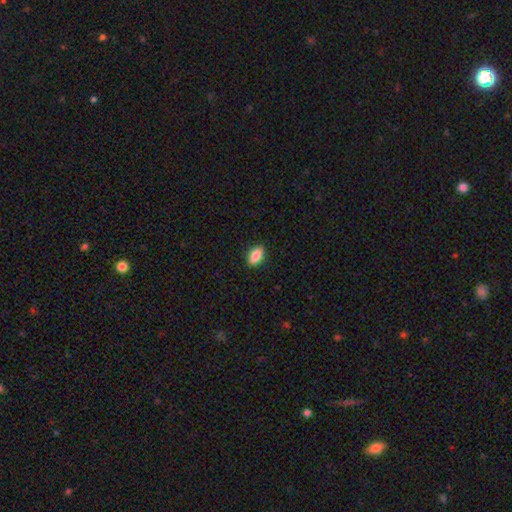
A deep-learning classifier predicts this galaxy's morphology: Smooth or featured? smooth (85%)
How rounded? in between (89%)
Merging? none (89%)